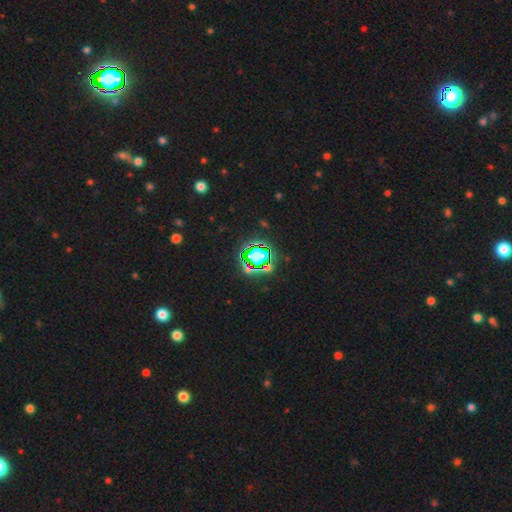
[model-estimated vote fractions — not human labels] This appears to be a star or artifact, not a galaxy (65%).